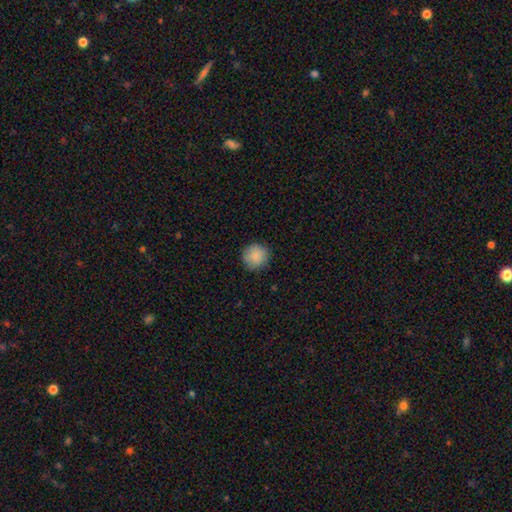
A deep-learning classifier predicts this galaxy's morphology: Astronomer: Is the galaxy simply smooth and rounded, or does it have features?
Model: smooth — 87%.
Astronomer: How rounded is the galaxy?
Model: round — 94%.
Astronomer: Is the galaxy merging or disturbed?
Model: none — 87%.